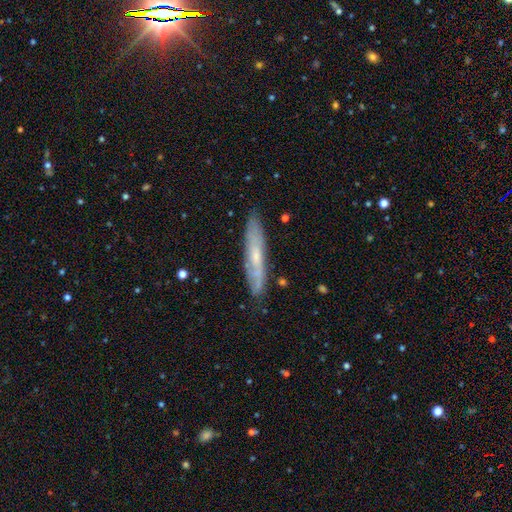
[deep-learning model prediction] Overall: featured or disk (56%; smooth 37%). Edge-on disk: yes (60%; no 40%). Merging: none (78%).